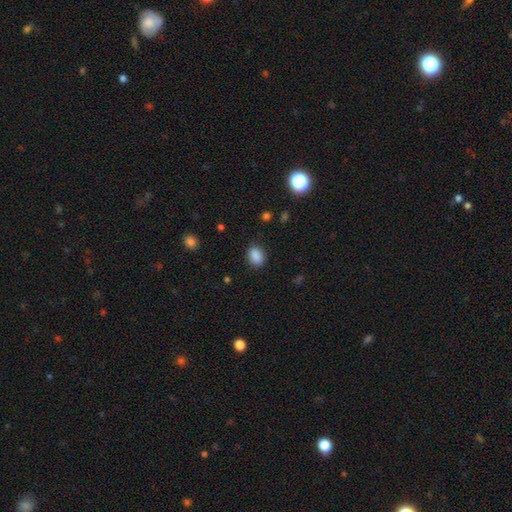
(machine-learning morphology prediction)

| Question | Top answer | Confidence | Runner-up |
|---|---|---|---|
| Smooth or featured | smooth | 87% | star or artifact (9%) |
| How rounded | in between | 75% | round (24%) |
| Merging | none | 84% | minor disturbance (11%) |